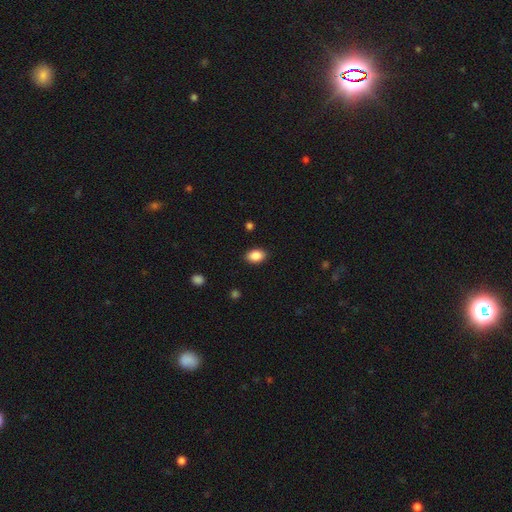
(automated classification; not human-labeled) Morphology: type=smooth (88%); roundness=in between (84%); merging=none (88%).